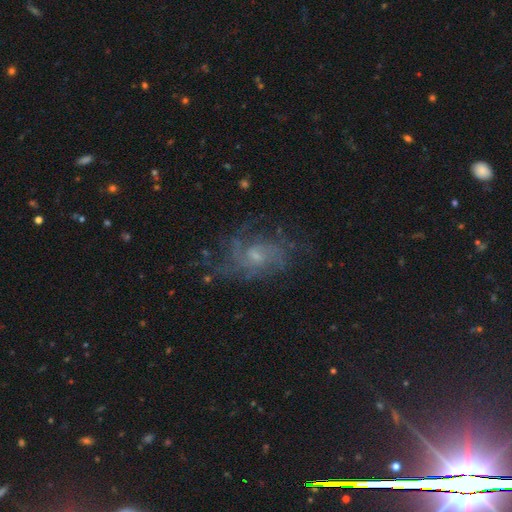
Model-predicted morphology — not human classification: This appears to be a featured or disk galaxy (68%) with no bar (71%), medium (44%) spiral arms (91%) and a small central bulge (51%). Merging: none (69%).